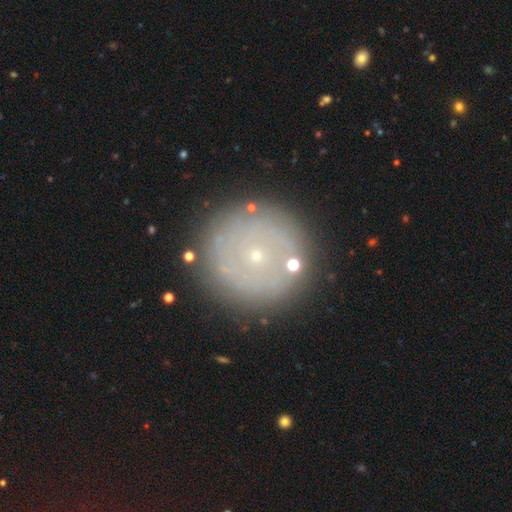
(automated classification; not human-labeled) This is possibly a featured or disk galaxy (54%). It is clearly not viewed edge-on (96%). Bar: clearly no (86%). Spiral arm pattern: possibly yes (60%). Central bulge: clearly small (88%). Merging: clearly none (85%).